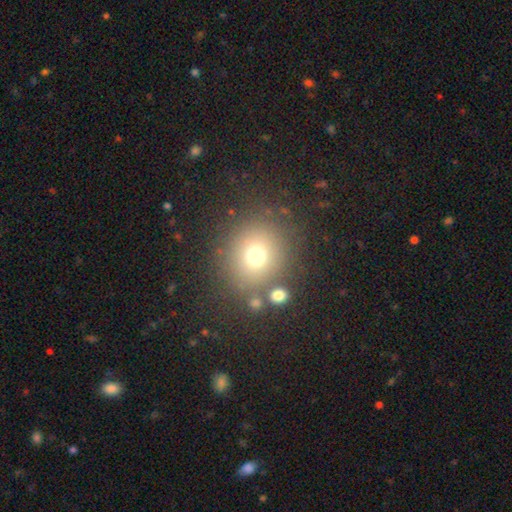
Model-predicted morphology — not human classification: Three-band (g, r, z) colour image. It shows a smooth galaxy with no disk features (70%) that is round (86%). Merging: none (79%).